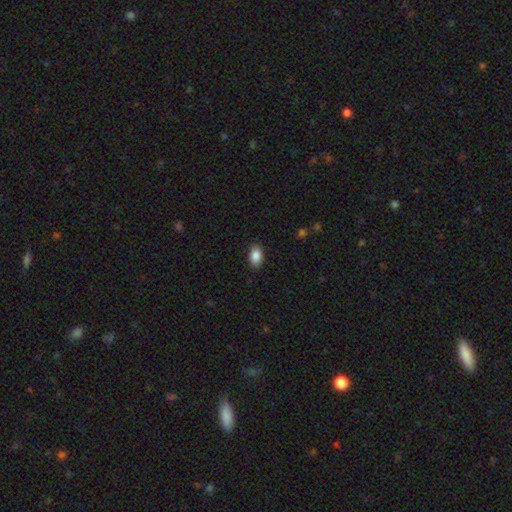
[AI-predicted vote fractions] A smooth galaxy with no disk features (88%) that is in between round and cigar-shaped (89%). Merging: none (88%).